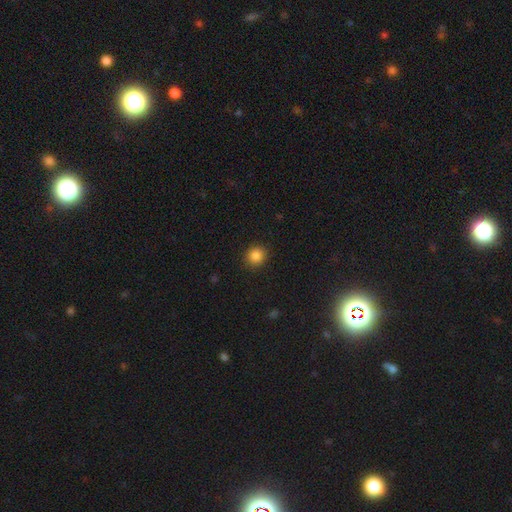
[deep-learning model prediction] Smooth or featured? smooth (86%)
How rounded? round (89%)
Merging? none (90%)